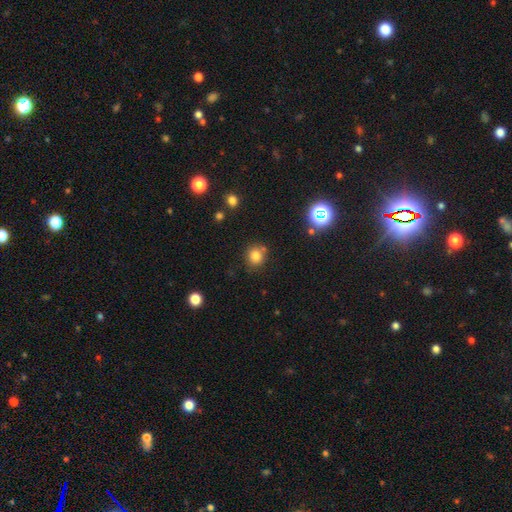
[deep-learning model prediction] Morphology: type=smooth (80%); roundness=round (86%); merging=none (77%).